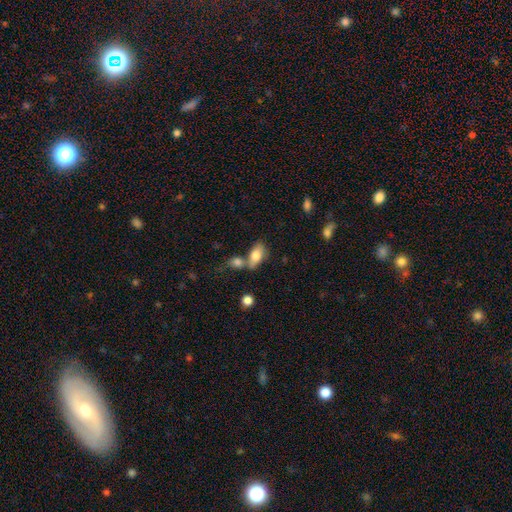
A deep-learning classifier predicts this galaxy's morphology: Overall: smooth (78%). How rounded: in between (88%). Merging: merger (44%; none 37%).